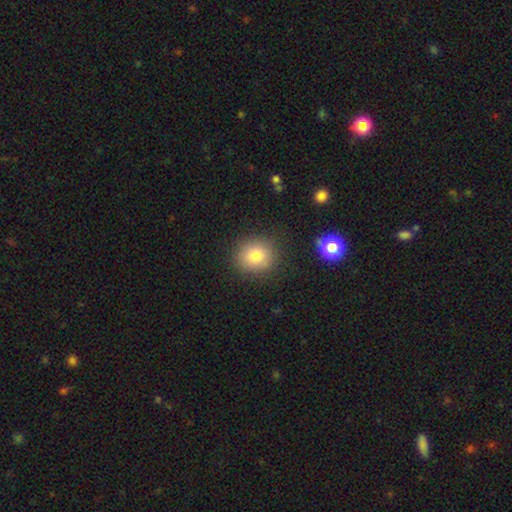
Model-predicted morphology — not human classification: This is clearly a smooth galaxy (80%). How rounded: clearly round (83%). Merging: clearly none (86%).